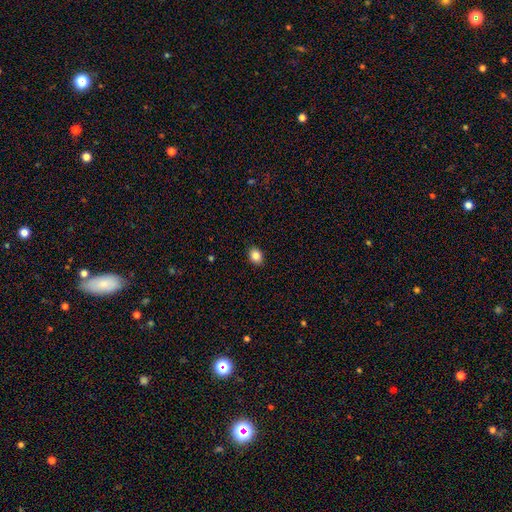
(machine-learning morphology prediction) The model was most divided on "how rounded": in between: 55%, round: 44%, cigar-shaped: 1%. More confident: merging — none (90%); smooth or featured — smooth (86%).